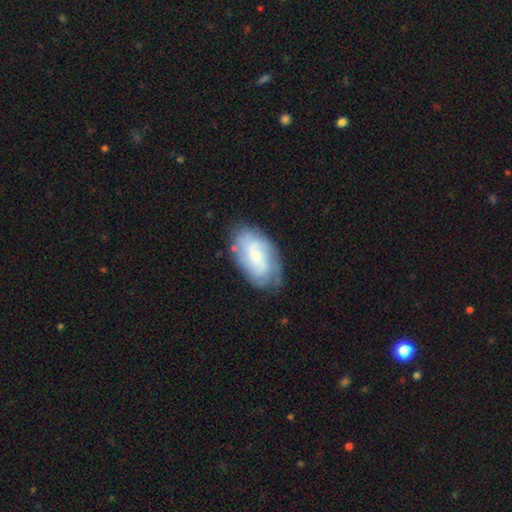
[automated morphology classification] Overall: featured or disk (57%; smooth 36%). Edge-on disk: no (95%). Bar: no (59%; weak 35%). Spiral arms: yes (84%). Bulge size: small (60%; moderate 31%). Merging: none (72%).